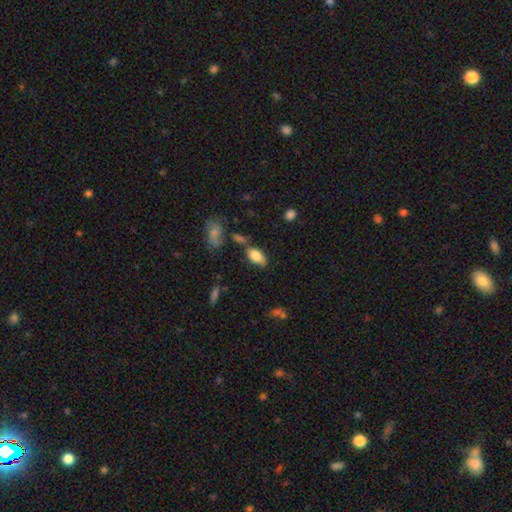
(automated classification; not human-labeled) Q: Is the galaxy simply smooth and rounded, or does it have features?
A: smooth — 80%.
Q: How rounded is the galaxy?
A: in between — 91%.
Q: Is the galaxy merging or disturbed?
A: none — 67%.